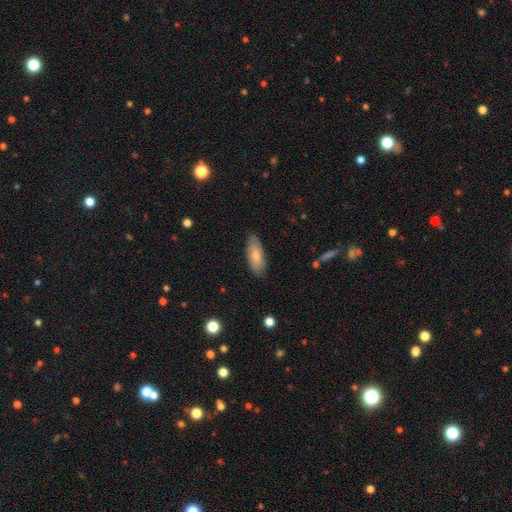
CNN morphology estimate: Smooth or featured: smooth — 75% (featured or disk — 19%)
How rounded: in between — 77% (cigar-shaped — 21%)
Merging: none — 82% (minor disturbance — 14%)